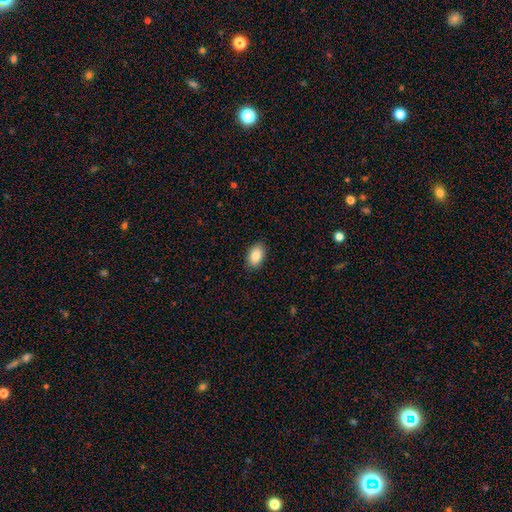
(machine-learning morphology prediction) Smooth or featured: smooth — 87% (star or artifact — 7%)
How rounded: in between — 90% (round — 9%)
Merging: none — 89% (minor disturbance — 8%)